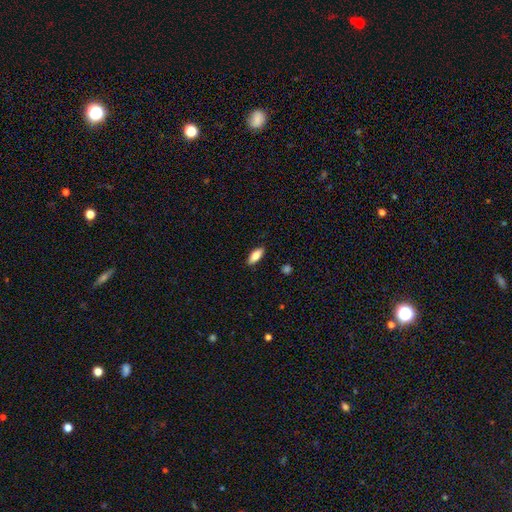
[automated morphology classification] Q: Smooth or featured?
A: smooth (80%); runner-up: featured or disk (14%)
Q: How rounded?
A: in between (77%); runner-up: cigar-shaped (20%)
Q: Merging?
A: none (89%); runner-up: minor disturbance (9%)